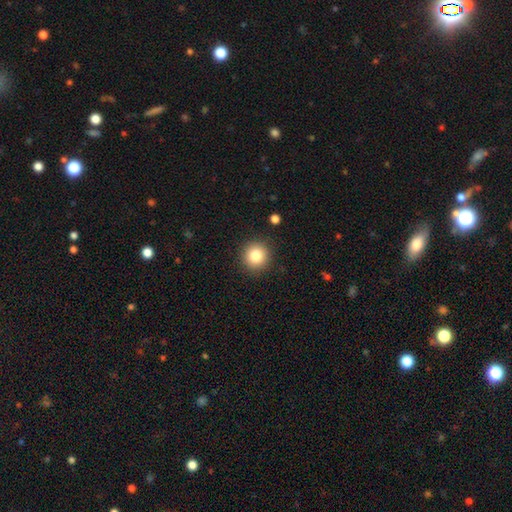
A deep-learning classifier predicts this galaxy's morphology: A smooth galaxy with no disk features (83%) that is round (93%). Merging: none (90%).